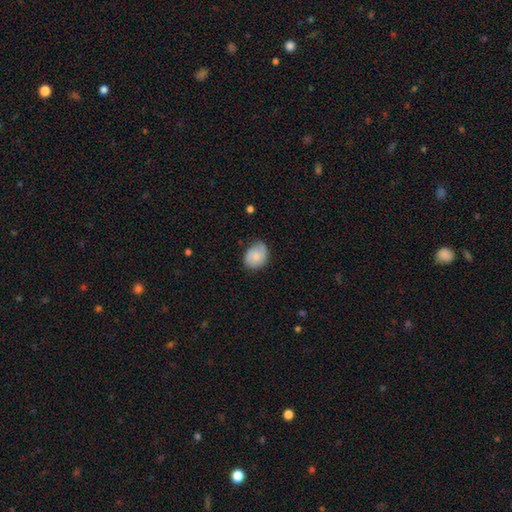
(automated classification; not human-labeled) smooth 68%, featured or disk 24%, star or artifact 7%. Down the decision tree: how rounded — in between (57%); merging — none (64%).